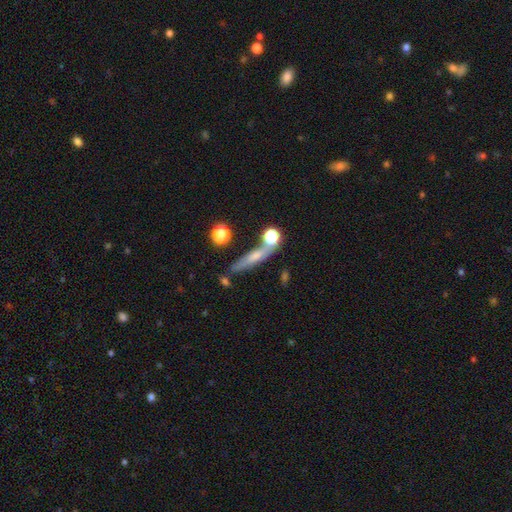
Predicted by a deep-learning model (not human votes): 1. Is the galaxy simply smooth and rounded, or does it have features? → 49% smooth, 38% featured or disk, 13% star or artifact.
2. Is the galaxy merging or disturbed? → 64% none, 15% minor disturbance, 13% merger, 7% major disturbance.